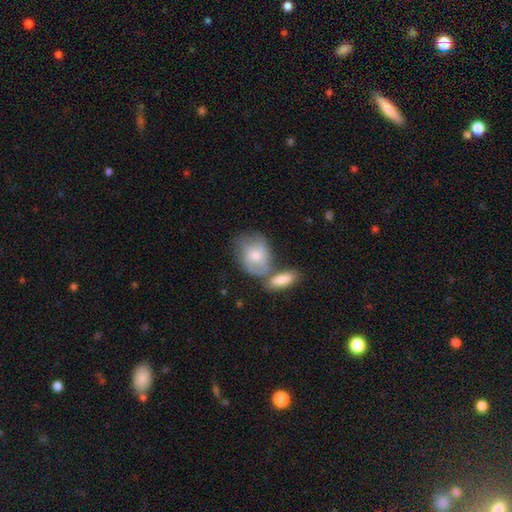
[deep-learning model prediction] Morphology: type=smooth (51%); roundness=in between (69%); merging=merger (42%).